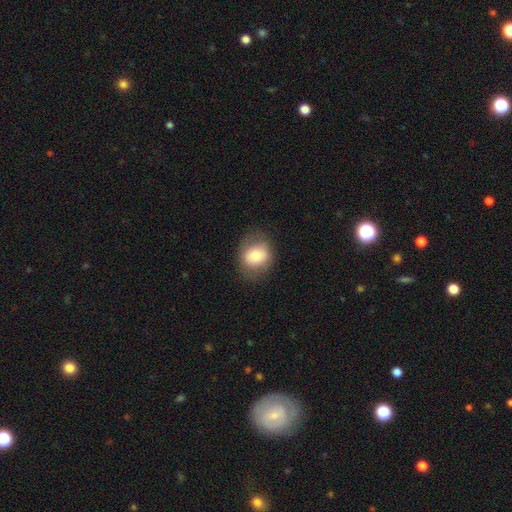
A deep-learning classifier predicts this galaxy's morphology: Smooth or featured?
  - smooth: 73% *
  - featured or disk: 19%
  - star or artifact: 8%
How rounded?
  - round: 57% *
  - in between: 42%
  - cigar-shaped: 1%
Merging?
  - none: 79% *
  - minor disturbance: 14%
  - major disturbance: 6%
  - merger: 1%